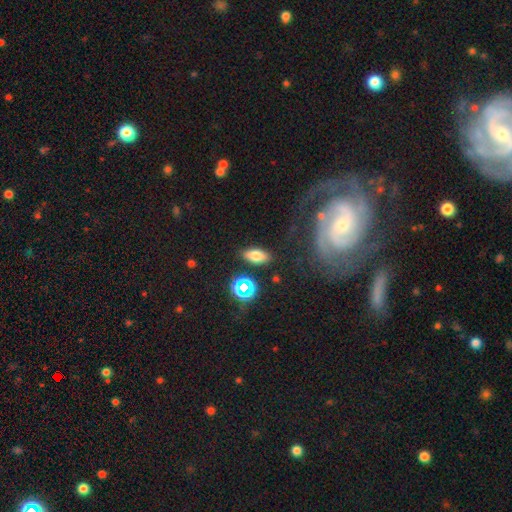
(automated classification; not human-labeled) smooth 72%, star or artifact 17%, featured or disk 11%. Down the decision tree: how rounded — in between (84%); merging — none (84%).